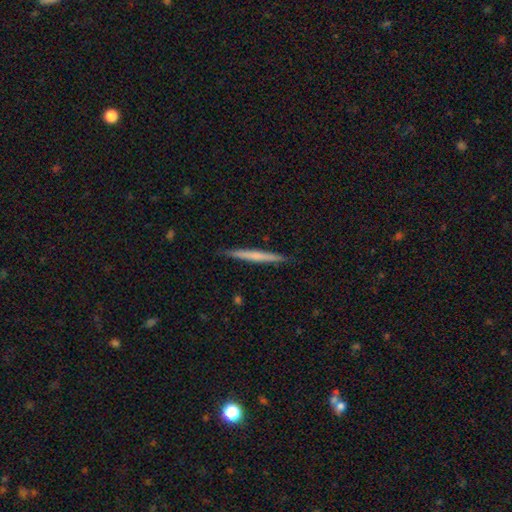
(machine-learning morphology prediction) type=smooth (53%); roundness=cigar-shaped (97%); merging=none (90%).